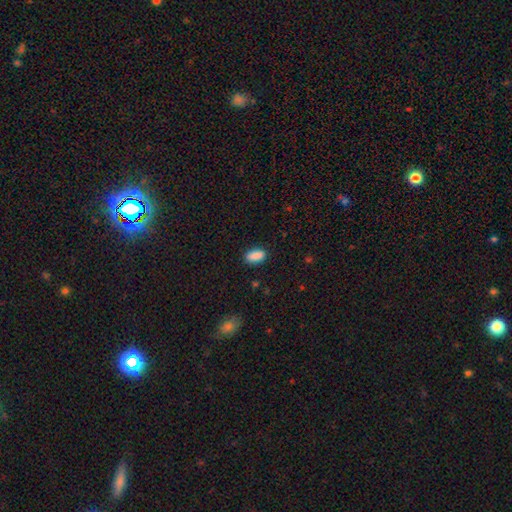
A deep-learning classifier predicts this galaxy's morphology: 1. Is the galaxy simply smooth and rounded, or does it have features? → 90% smooth, 7% star or artifact, 3% featured or disk.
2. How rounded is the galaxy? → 91% in between, 5% cigar-shaped, 4% round.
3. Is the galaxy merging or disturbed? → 87% none, 9% minor disturbance, 2% major disturbance, 1% merger.